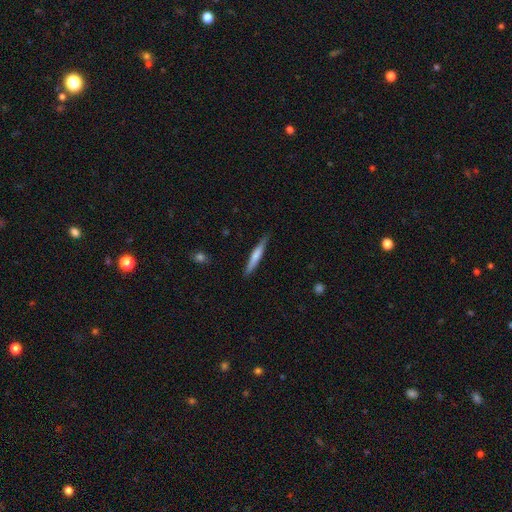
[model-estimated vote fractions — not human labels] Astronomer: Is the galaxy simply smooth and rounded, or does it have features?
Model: smooth — 61%.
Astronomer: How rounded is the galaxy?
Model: cigar-shaped — 94%.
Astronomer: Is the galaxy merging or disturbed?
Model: none — 85%.